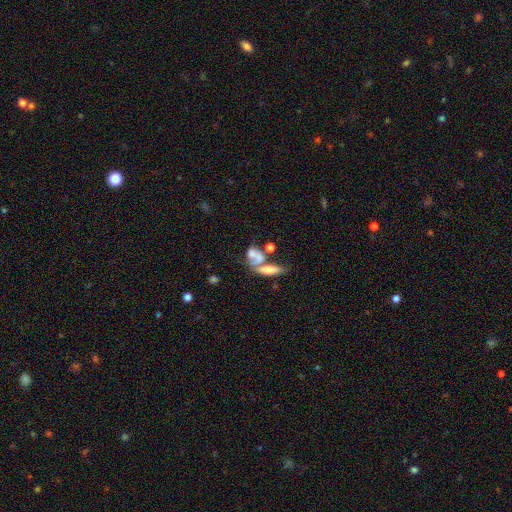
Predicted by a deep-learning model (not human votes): The model was most divided on "smooth or featured": smooth: 52%, featured or disk: 37%, star or artifact: 11%. More confident: how rounded — in between (70%); merging — merger (58%).